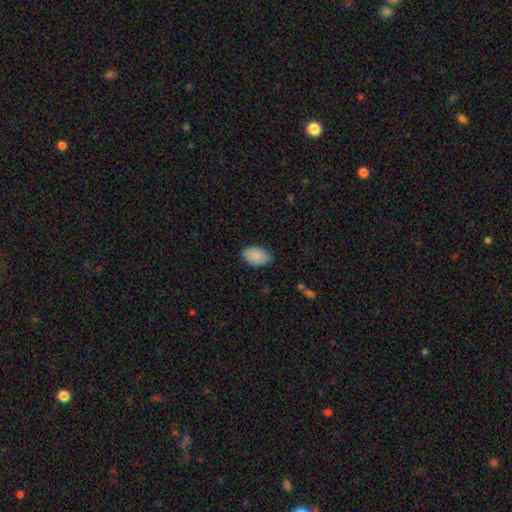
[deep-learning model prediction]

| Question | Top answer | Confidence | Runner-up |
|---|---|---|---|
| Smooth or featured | smooth | 88% | star or artifact (6%) |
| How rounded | in between | 93% | round (6%) |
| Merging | none | 82% | minor disturbance (14%) |